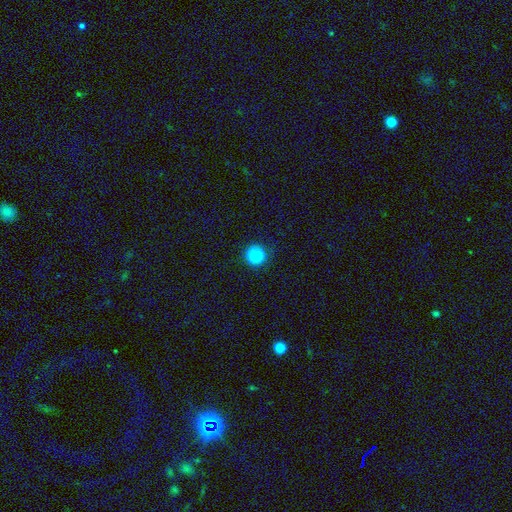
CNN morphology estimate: Smooth or featured?
  - smooth: 88% *
  - star or artifact: 10%
  - featured or disk: 3%
How rounded?
  - round: 92% *
  - in between: 7%
  - cigar-shaped: 1%
Merging?
  - none: 86% *
  - minor disturbance: 10%
  - major disturbance: 3%
  - merger: 1%